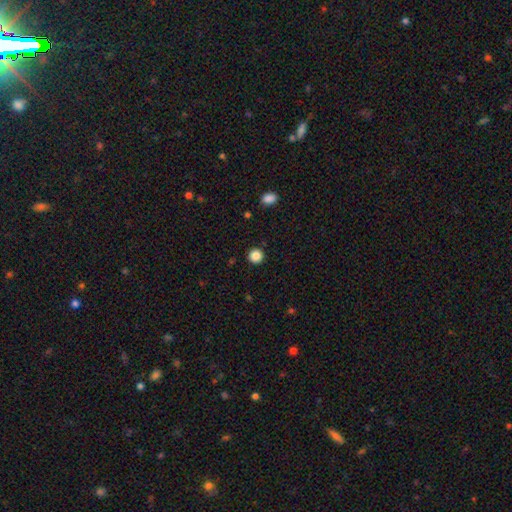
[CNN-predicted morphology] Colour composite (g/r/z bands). It shows a smooth galaxy with no disk features (87%) that is round (95%). Merging: none (92%).